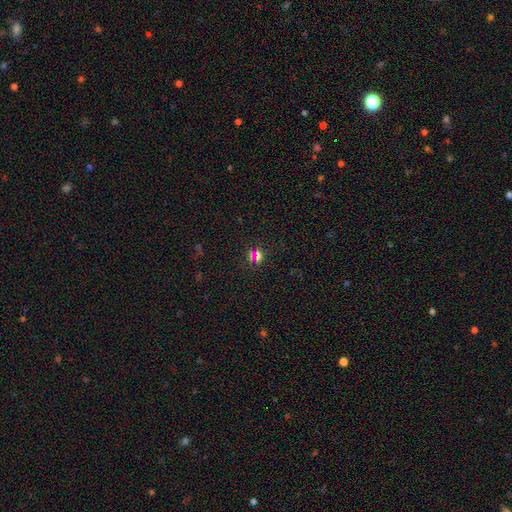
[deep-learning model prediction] This is possibly a star or artifact rather than a galaxy (47%).